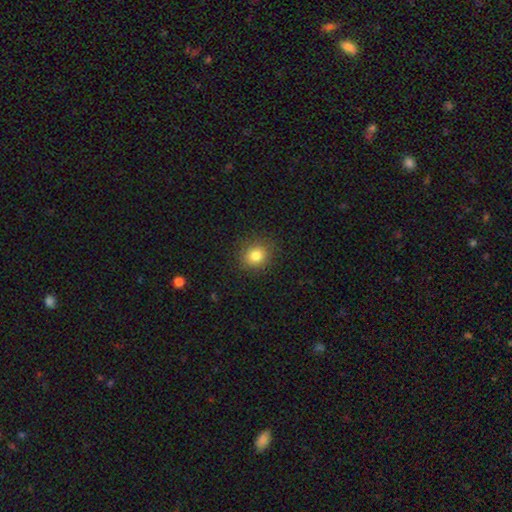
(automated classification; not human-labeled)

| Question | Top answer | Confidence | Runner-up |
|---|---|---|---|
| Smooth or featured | smooth | 81% | star or artifact (12%) |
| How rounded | round | 79% | in between (20%) |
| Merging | none | 88% | minor disturbance (8%) |